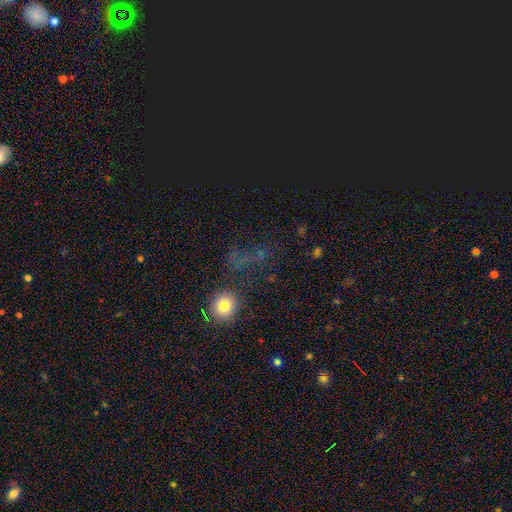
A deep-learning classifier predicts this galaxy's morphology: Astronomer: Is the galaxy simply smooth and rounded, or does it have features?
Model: star or artifact — 52% (runner-up: smooth, 35%).